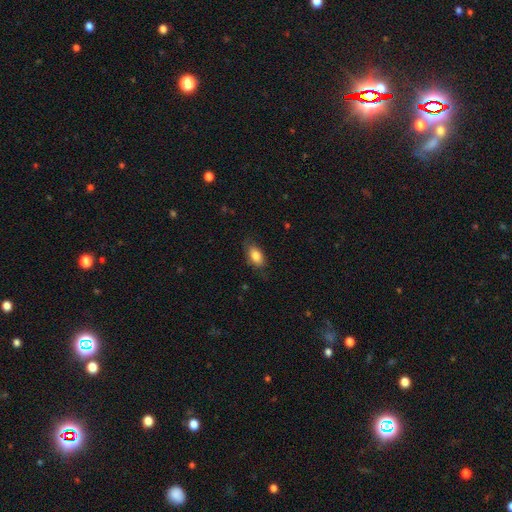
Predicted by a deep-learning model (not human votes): A smooth galaxy with no disk features (83%) that is in between round and cigar-shaped (90%). Merging: none (77%).